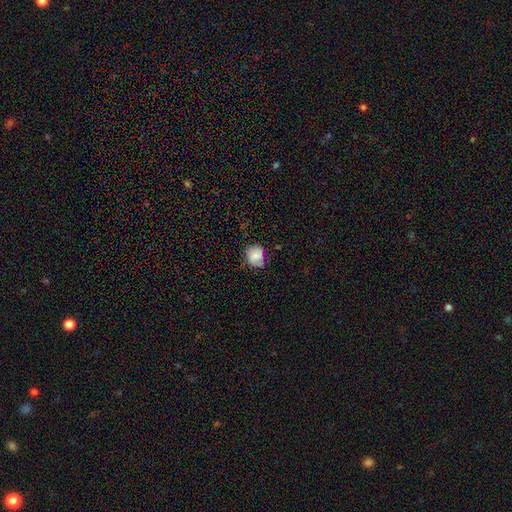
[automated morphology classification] Q: Smooth or featured?
A: smooth (63%); runner-up: featured or disk (26%)
Q: How rounded?
A: round (74%); runner-up: in between (25%)
Q: Merging?
A: none (67%); runner-up: minor disturbance (24%)